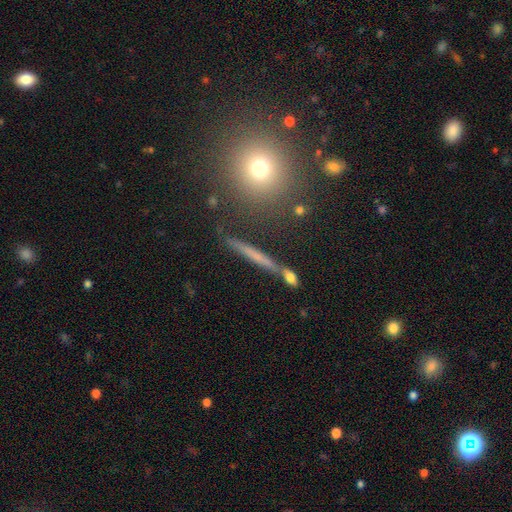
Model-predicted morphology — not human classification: Overall: featured or disk (48%; smooth 41%). Merging: none (82%).